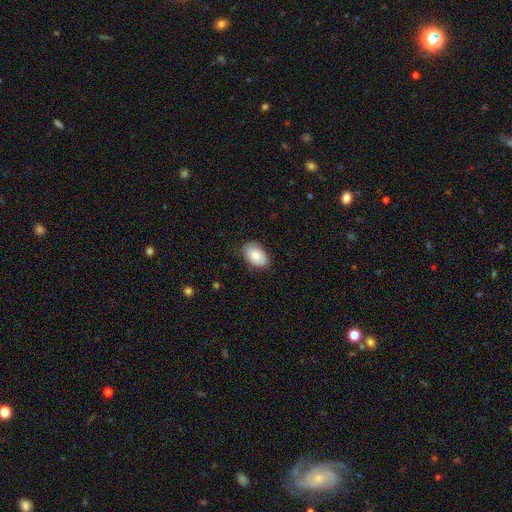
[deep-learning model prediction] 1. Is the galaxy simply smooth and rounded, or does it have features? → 82% smooth, 12% featured or disk, 6% star or artifact.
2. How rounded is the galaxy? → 92% in between, 7% round, 1% cigar-shaped.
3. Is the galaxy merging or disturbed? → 82% none, 15% minor disturbance, 3% major disturbance, 1% merger.